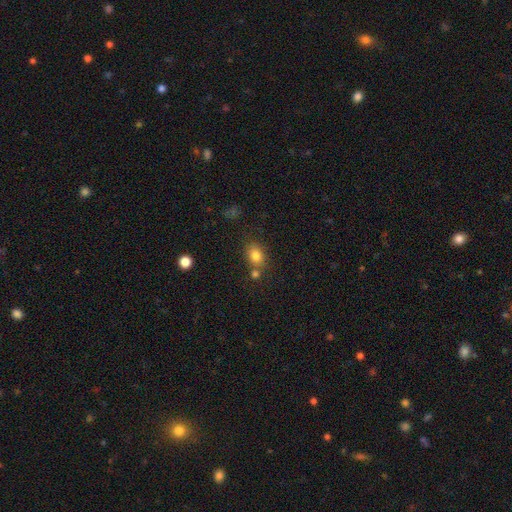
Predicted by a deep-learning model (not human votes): The model was most divided on "how rounded": in between: 60%, round: 38%, cigar-shaped: 1%. More confident: smooth or featured — smooth (81%); merging — none (65%).